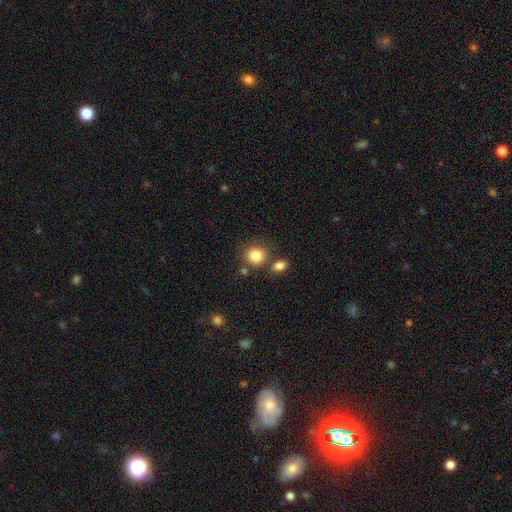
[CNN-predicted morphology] A smooth galaxy with no disk features (85%) that is round (83%).

Vote fractions:
- Smooth or featured? smooth: 85% / star or artifact: 10% / featured or disk: 6%
- How rounded? round: 83% / in between: 16% / cigar-shaped: 1%
- Merging? none: 70% / merger: 15% / minor disturbance: 11% / major disturbance: 4%